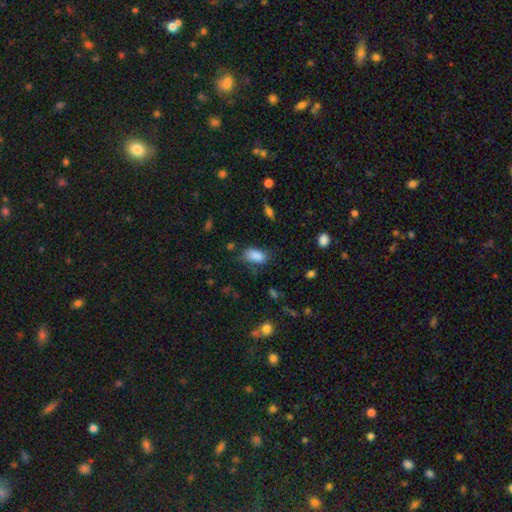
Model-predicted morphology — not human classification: type=smooth (86%); roundness=in between (91%); merging=none (66%).